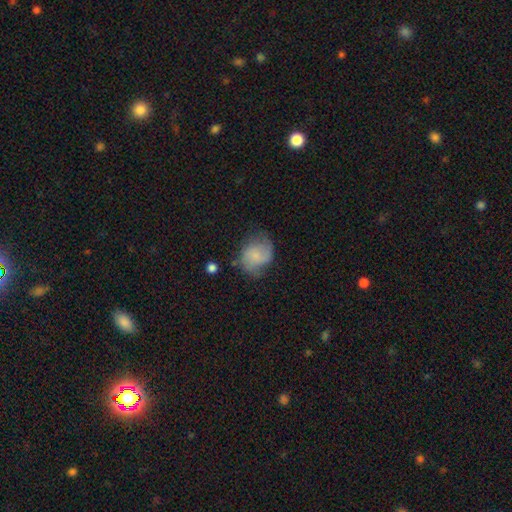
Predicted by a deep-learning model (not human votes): Smooth or featured: smooth — 52% (featured or disk — 39%)
How rounded: round — 56% (in between — 43%)
Merging: none — 54% (minor disturbance — 29%)